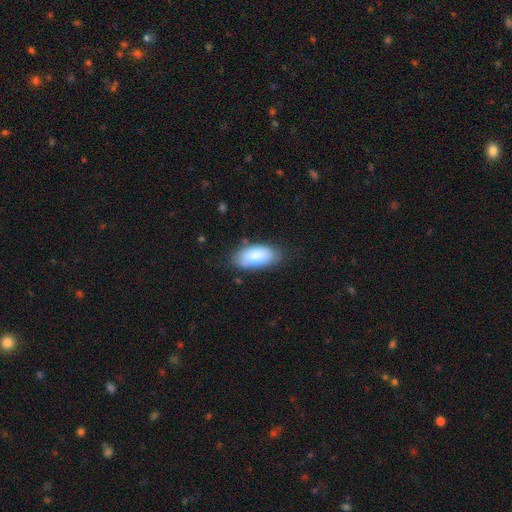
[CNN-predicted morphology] Q: Smooth or featured?
A: smooth (85%); runner-up: featured or disk (9%)
Q: How rounded?
A: in between (93%); runner-up: cigar-shaped (5%)
Q: Merging?
A: none (74%); runner-up: minor disturbance (19%)